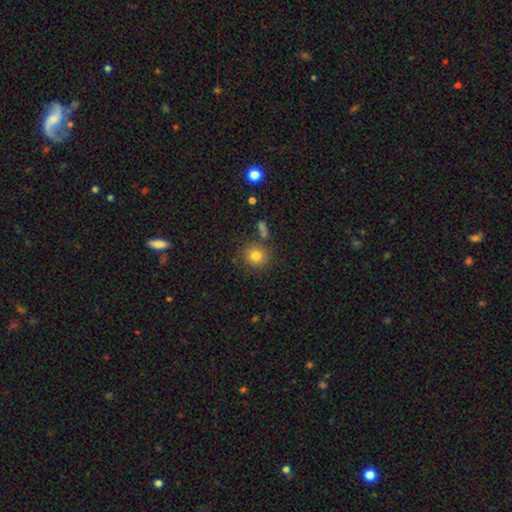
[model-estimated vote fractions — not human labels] This appears to be a smooth galaxy with no disk features (80%) that is round (86%). Merging: none (79%).